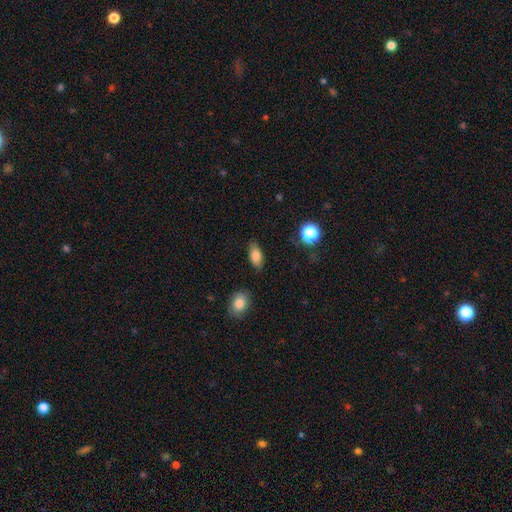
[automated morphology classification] Q: Smooth or featured?
A: smooth (82%); runner-up: featured or disk (9%)
Q: How rounded?
A: in between (88%); runner-up: cigar-shaped (7%)
Q: Merging?
A: none (82%); runner-up: minor disturbance (13%)